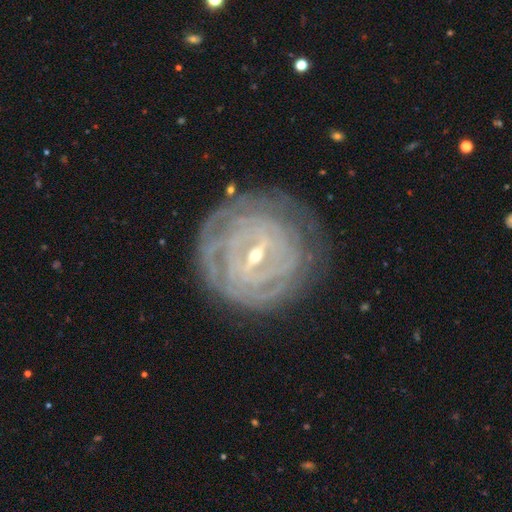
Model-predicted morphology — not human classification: Overall: featured or disk (88%). Edge-on disk: no (95%). Bar: strong (50%; weak 39%). Spiral arms: yes (93%). Spiral arm count: can't tell (37%; 4 23%). Spiral winding: tight (85%). Bulge size: small (61%; moderate 36%). Merging: none (76%).